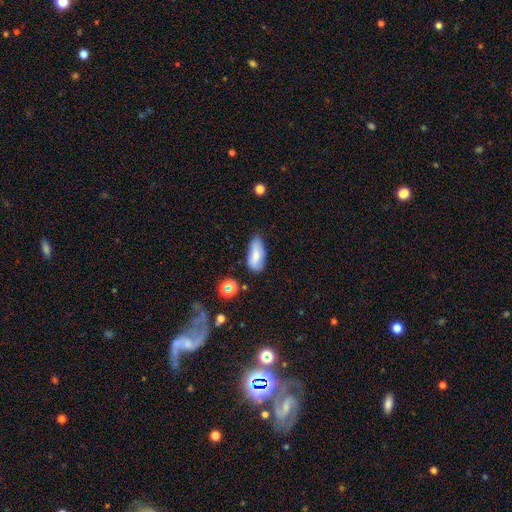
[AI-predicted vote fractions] A smooth galaxy with no disk features (74%) that is in between round and cigar-shaped (87%).

Vote fractions:
- Smooth or featured? smooth: 74% / featured or disk: 17% / star or artifact: 9%
- How rounded? in between: 87% / cigar-shaped: 10% / round: 3%
- Merging? none: 62% / minor disturbance: 29% / major disturbance: 6% / merger: 3%